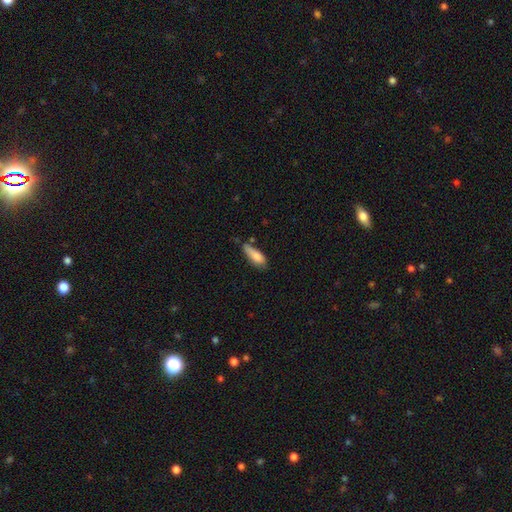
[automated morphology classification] Q: Smooth or featured?
A: smooth (81%); runner-up: featured or disk (11%)
Q: How rounded?
A: in between (58%); runner-up: cigar-shaped (40%)
Q: Merging?
A: none (45%); runner-up: minor disturbance (37%)